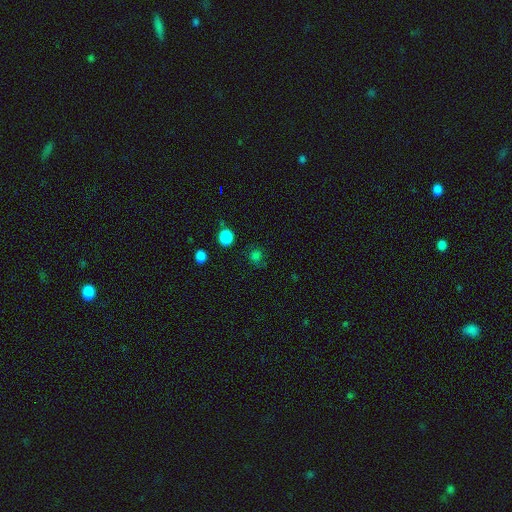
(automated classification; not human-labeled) smooth 74%, star or artifact 21%, featured or disk 5%. Down the decision tree: how rounded — round (85%); merging — none (76%).